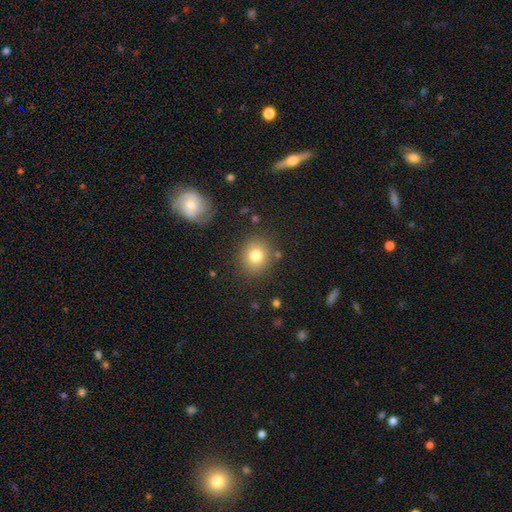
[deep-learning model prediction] Smooth or featured? smooth (79%)
How rounded? round (80%)
Merging? none (84%)